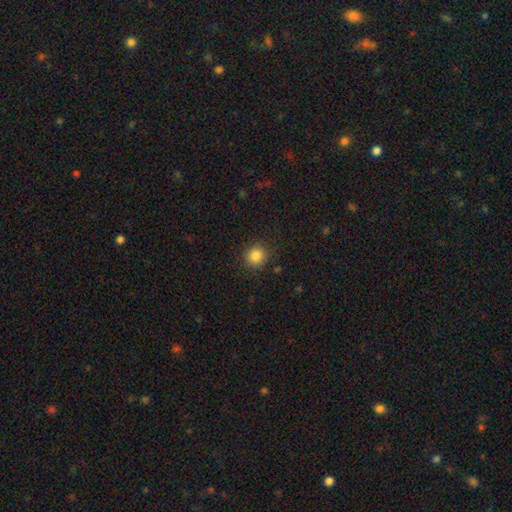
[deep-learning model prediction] This appears to be a smooth galaxy with no disk features (85%) that is round (91%). Merging: none (89%).